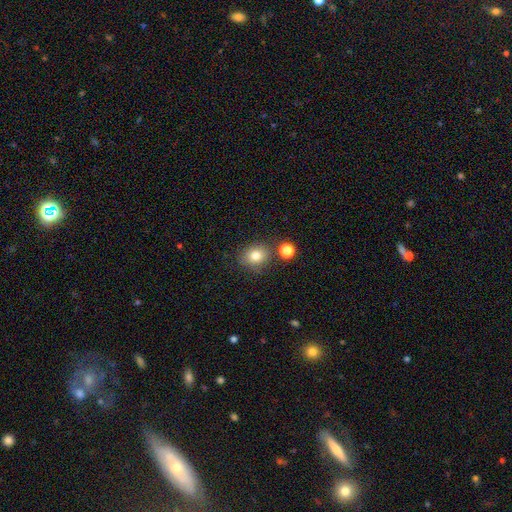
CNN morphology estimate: Smooth or featured? smooth (80%)
How rounded? round (66%)
Merging? none (77%)